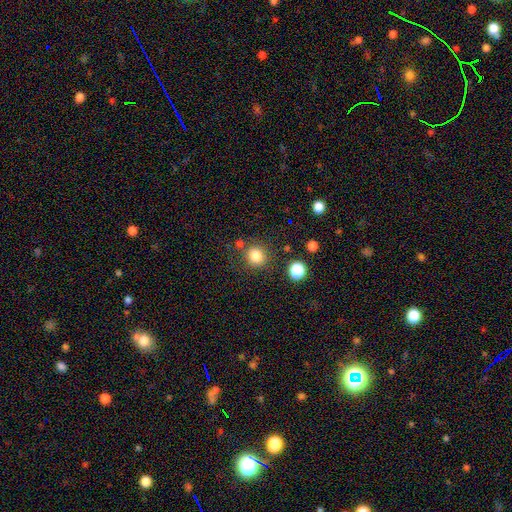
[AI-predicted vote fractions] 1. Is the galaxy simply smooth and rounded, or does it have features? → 82% smooth, 12% star or artifact, 6% featured or disk.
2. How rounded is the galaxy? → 87% round, 12% in between, 1% cigar-shaped.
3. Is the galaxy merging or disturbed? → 79% none, 10% minor disturbance, 7% merger, 4% major disturbance.